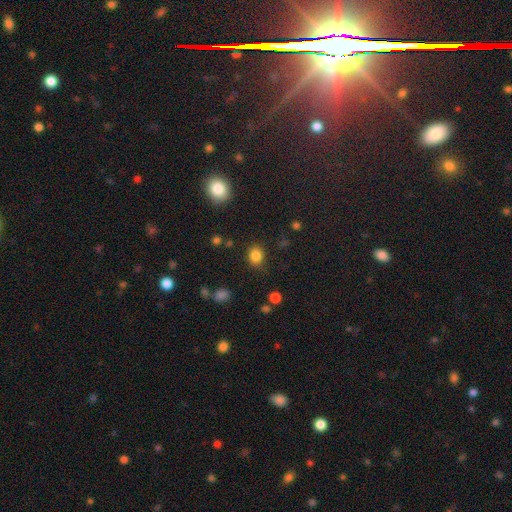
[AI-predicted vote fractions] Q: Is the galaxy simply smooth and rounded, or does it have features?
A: smooth — 84%.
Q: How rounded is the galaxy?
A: round — 60%.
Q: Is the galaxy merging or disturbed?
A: none — 79%.